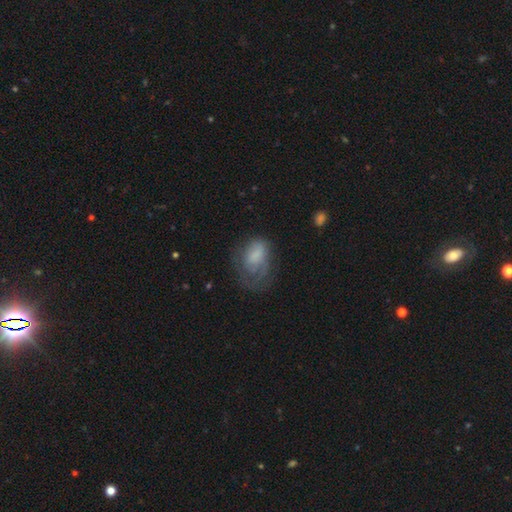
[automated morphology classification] This is possibly a smooth galaxy (57%). How rounded: likely in between (80%). Merging: marginally major disturbance (40%).